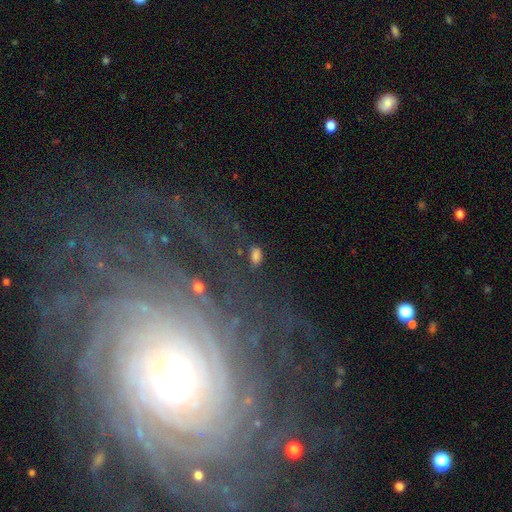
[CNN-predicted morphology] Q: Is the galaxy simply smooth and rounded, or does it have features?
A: smooth — 57%.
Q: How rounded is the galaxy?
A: in between — 85%.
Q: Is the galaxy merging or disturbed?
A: none — 71%.